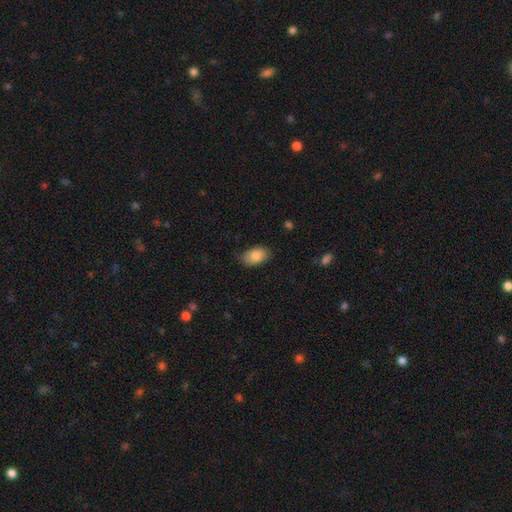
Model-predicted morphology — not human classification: smooth_or_featured: smooth (p=0.85) [alt: featured or disk p=0.09]
how_rounded: in between (p=0.91) [alt: round p=0.08]
merging: none (p=0.76) [alt: minor disturbance p=0.19]